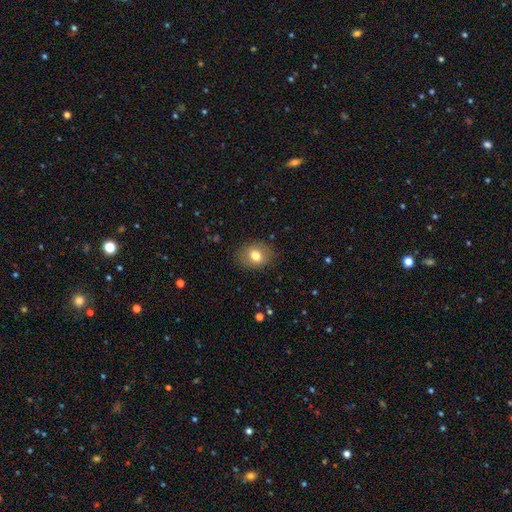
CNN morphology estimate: Overall: smooth (76%). How rounded: in between (51%; round 48%). Merging: none (85%).